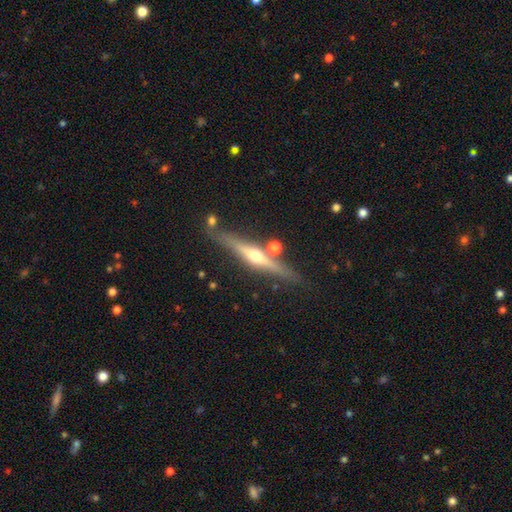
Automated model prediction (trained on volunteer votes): Morphology: type=featured or disk (75%); edge-on=yes (97%); edge-on bulge=rounded (92%); merging=none (80%).